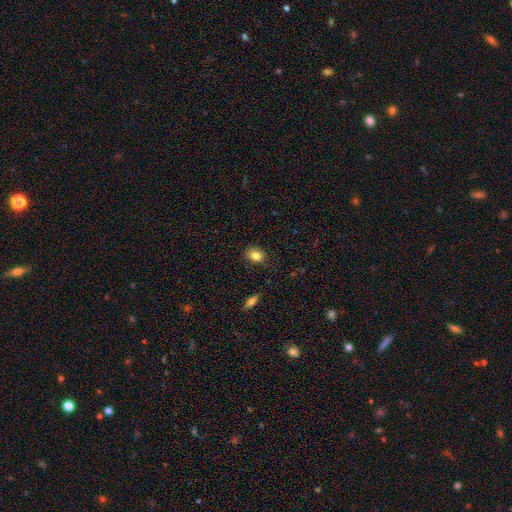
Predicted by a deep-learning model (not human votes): This is clearly a smooth galaxy (84%). How rounded: likely in between (61%). Merging: clearly none (83%).